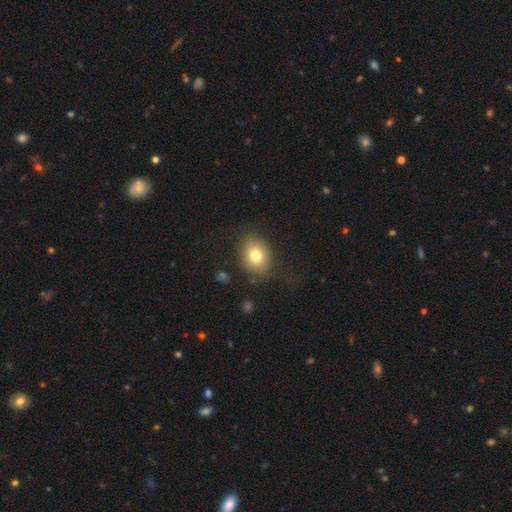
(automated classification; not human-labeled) Smooth or featured?
  - smooth: 77% *
  - featured or disk: 14%
  - star or artifact: 10%
How rounded?
  - in between: 59% *
  - round: 40%
  - cigar-shaped: 1%
Merging?
  - none: 76% *
  - minor disturbance: 15%
  - major disturbance: 7%
  - merger: 2%